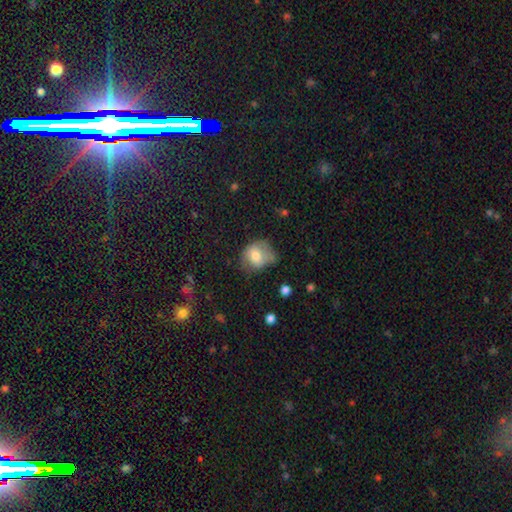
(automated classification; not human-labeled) A smooth galaxy with no disk features (68%) that is round (58%). Merging: none (38%).